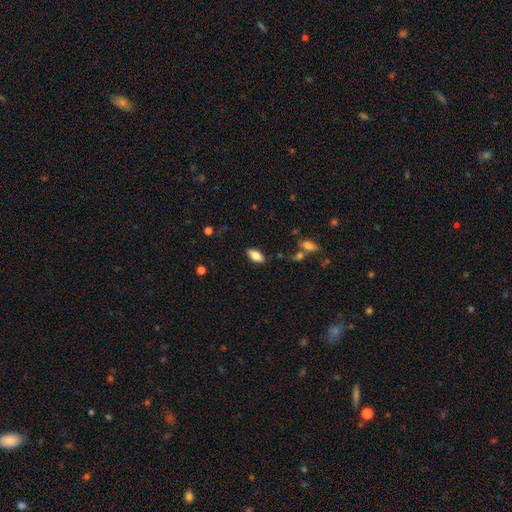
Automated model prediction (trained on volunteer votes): A smooth galaxy with no disk features (73%) that is in between round and cigar-shaped (87%).

Vote fractions:
- Smooth or featured? smooth: 73% / featured or disk: 20% / star or artifact: 8%
- How rounded? in between: 87% / cigar-shaped: 11% / round: 3%
- Merging? none: 85% / minor disturbance: 10% / major disturbance: 3% / merger: 2%